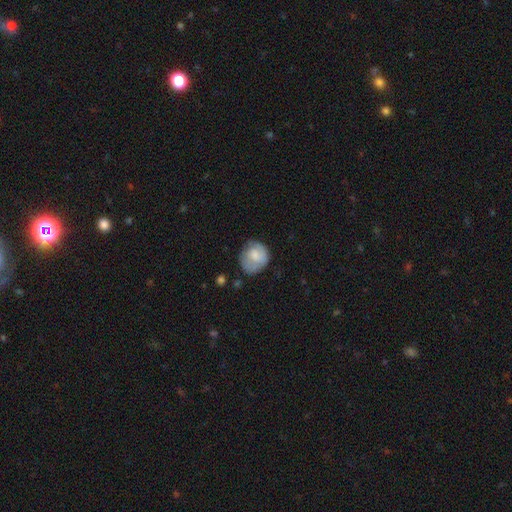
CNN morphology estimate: A smooth galaxy with no disk features (63%) that is round (72%). Merging: none (54%).